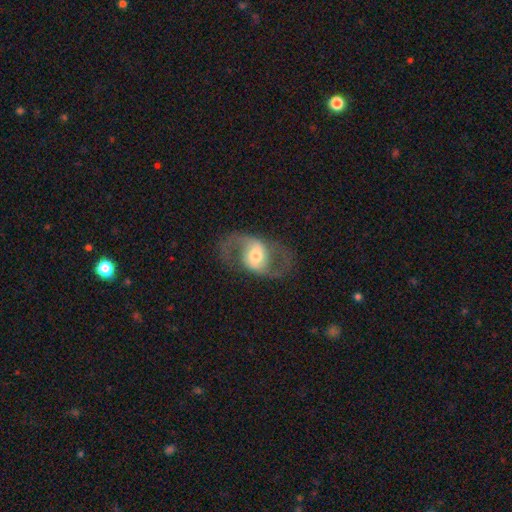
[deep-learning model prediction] smooth-or-featured: featured or disk: 80% | smooth: 14% | star or artifact: 6%
  disk-edge-on: no: 95% | yes: 5%
    bar: weak: 40% | strong: 31% | no: 29%
    has-spiral-arms: yes: 84% | no: 16%
      spiral-winding: medium: 50% | loose: 39% | tight: 11%
      spiral-arm-count: 2: 91% | can't tell: 4% | 1: 2% | 3: 1% | 4: 1% | more than 4: 1%
    bulge-size: moderate: 63% | large: 17% | small: 17% | dominant: 2% | none: 1%
  merging: none: 77% | minor disturbance: 12% | major disturbance: 10% | merger: 1%